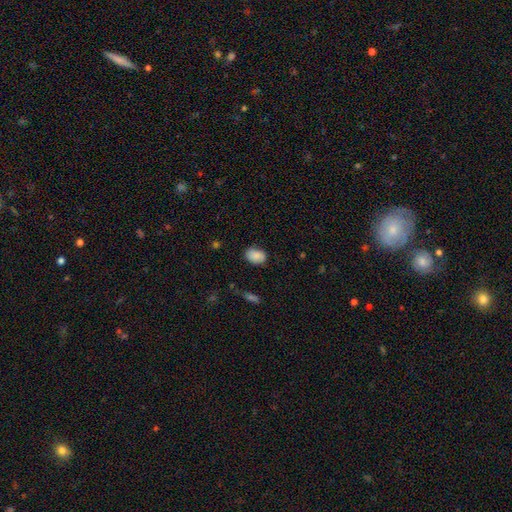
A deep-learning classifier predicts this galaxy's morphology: The model was most divided on "merging": none: 79%, minor disturbance: 16%, major disturbance: 3%, merger: 1%. More confident: smooth or featured — smooth (86%); how rounded — in between (84%).